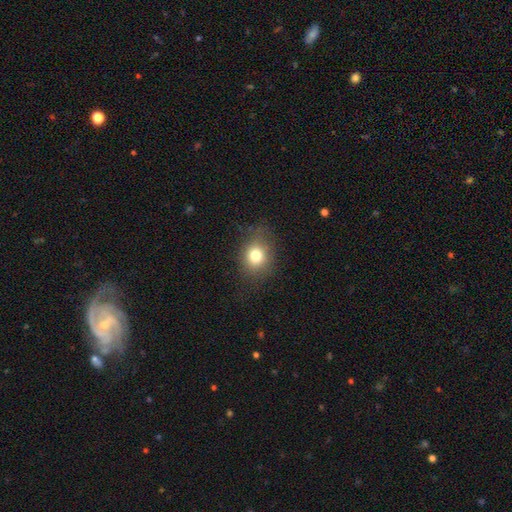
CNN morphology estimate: A smooth galaxy with no disk features (77%) that is round (63%). Merging: none (76%).